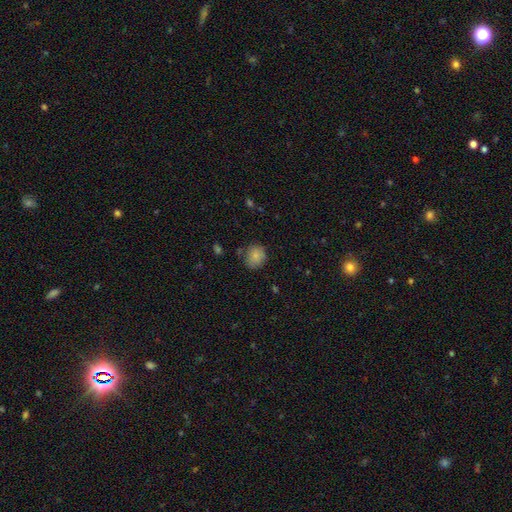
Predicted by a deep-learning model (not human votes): The model was most divided on "how rounded": round: 75%, in between: 24%, cigar-shaped: 1%. More confident: smooth or featured — smooth (83%); merging — none (76%).